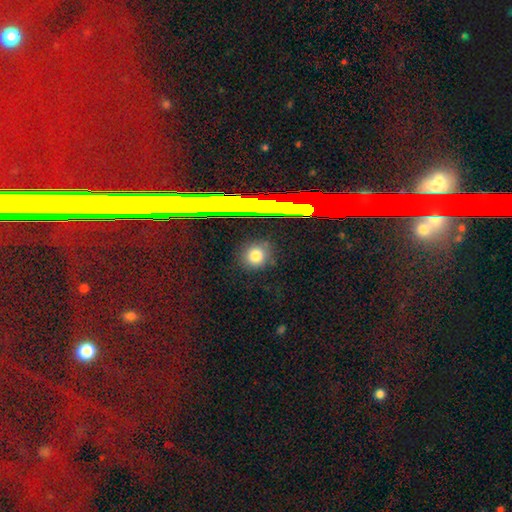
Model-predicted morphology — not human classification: The model was most divided on "smooth or featured": smooth: 79%, star or artifact: 14%, featured or disk: 7%. More confident: how rounded — round (87%); merging — none (86%).